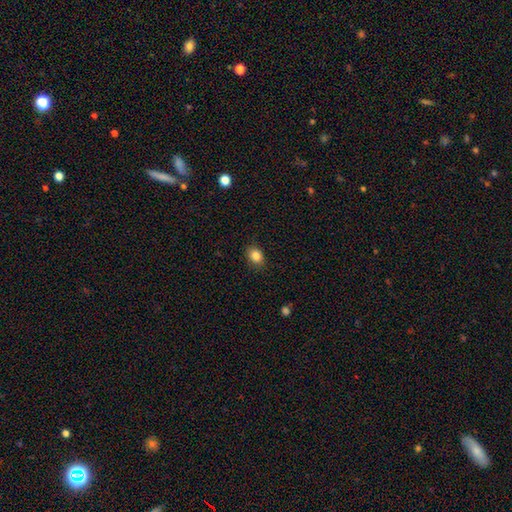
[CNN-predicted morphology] This appears to be a smooth galaxy with no disk features (85%) that is in between round and cigar-shaped (64%). Merging: none (87%).